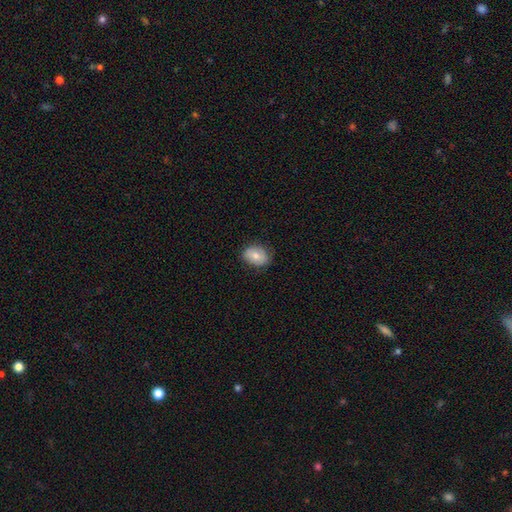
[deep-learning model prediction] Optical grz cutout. It shows a smooth galaxy with no disk features (75%) that is in between round and cigar-shaped (67%). Merging: none (78%).